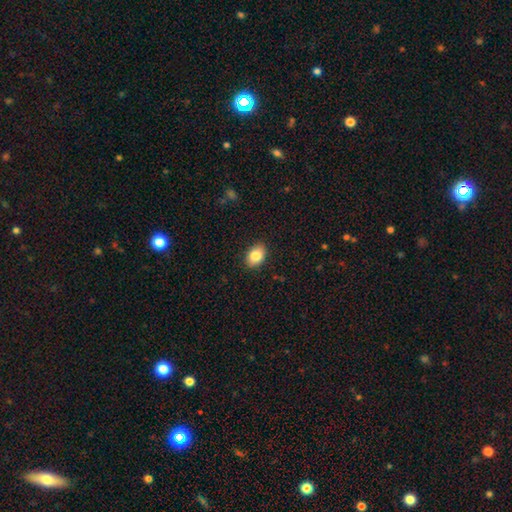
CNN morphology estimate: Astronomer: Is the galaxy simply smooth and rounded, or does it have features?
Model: smooth — 85%.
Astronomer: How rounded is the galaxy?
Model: in between — 80%.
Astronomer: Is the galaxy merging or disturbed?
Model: none — 88%.